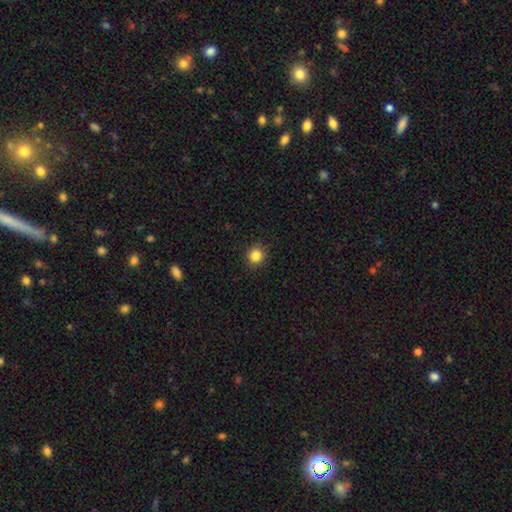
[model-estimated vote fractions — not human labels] smooth 85%, star or artifact 11%, featured or disk 4%. Down the decision tree: how rounded — round (89%); merging — none (90%).